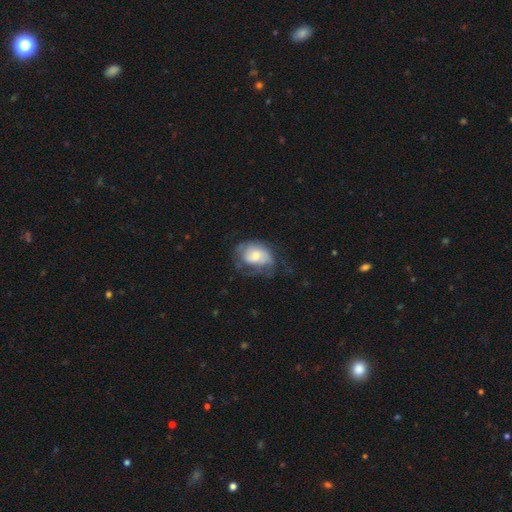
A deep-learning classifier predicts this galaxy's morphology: The model was most divided on "smooth or featured": featured or disk: 53%, smooth: 39%, star or artifact: 7%. Remaining: edge-on disk — no (96%); spiral arms — yes (72%); bar — no (69%); bulge size — moderate (49%); merging — none (44%).